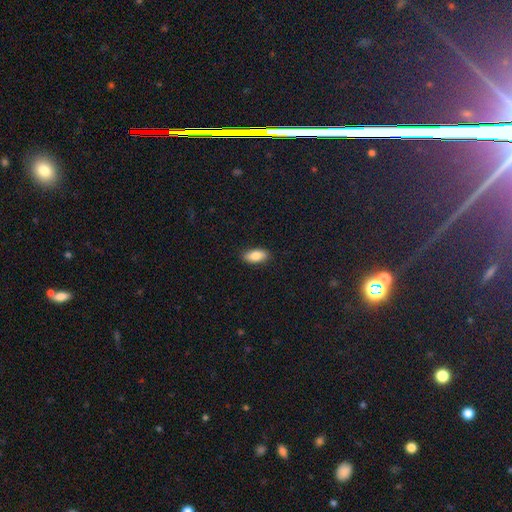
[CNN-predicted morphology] smooth_or_featured: smooth (p=0.84) [alt: featured or disk p=0.09]
how_rounded: in between (p=0.88) [alt: cigar-shaped p=0.09]
merging: none (p=0.89) [alt: minor disturbance p=0.08]